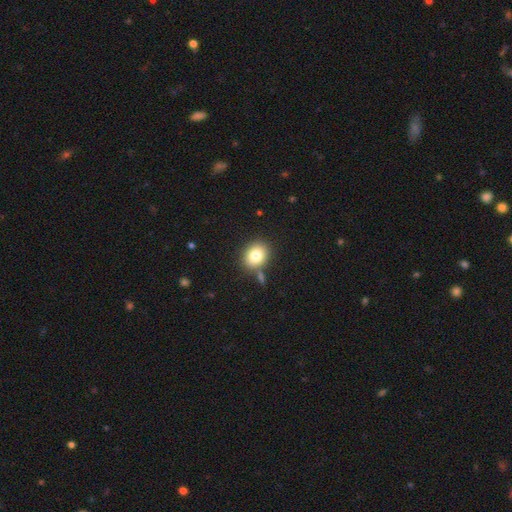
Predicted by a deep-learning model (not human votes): smooth_or_featured: smooth (p=0.80) [alt: featured or disk p=0.10]
how_rounded: round (p=0.53) [alt: in between p=0.46]
merging: none (p=0.76) [alt: minor disturbance p=0.11]